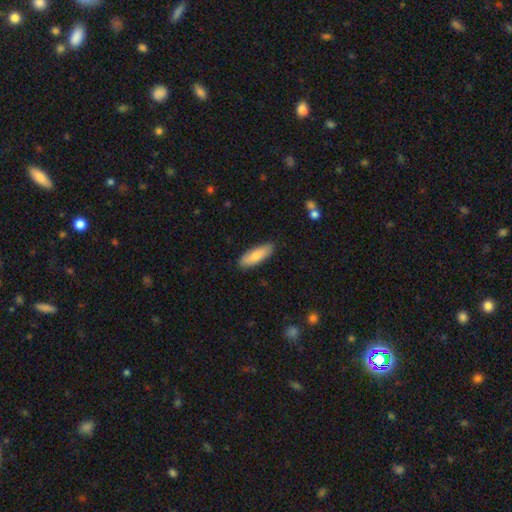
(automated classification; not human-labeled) Overall: smooth (79%). How rounded: in between (56%; cigar-shaped 42%). Merging: none (85%).